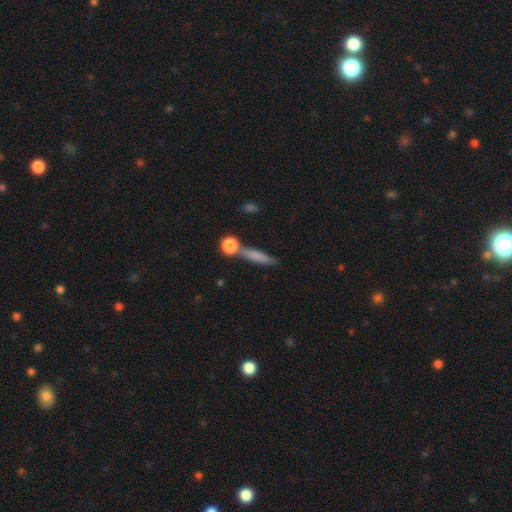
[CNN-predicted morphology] Smooth or featured?
  - smooth: 72% *
  - featured or disk: 19%
  - star or artifact: 9%
How rounded?
  - cigar-shaped: 75% *
  - in between: 17%
  - round: 7%
Merging?
  - none: 63% *
  - merger: 19%
  - minor disturbance: 13%
  - major disturbance: 5%